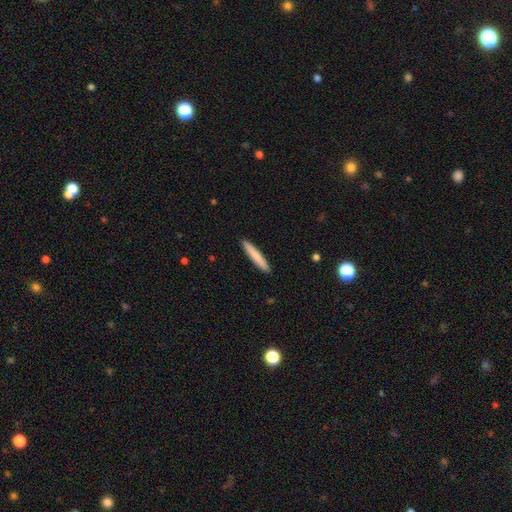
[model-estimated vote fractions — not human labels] This appears to be a smooth galaxy with no disk features (81%) that is cigar-shaped (95%). Merging: none (92%).